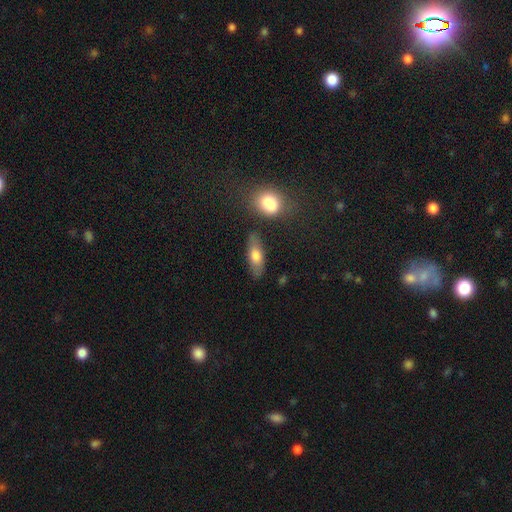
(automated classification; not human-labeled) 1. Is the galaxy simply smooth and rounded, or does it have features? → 67% smooth, 25% featured or disk, 7% star or artifact.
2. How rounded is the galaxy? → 69% in between, 27% cigar-shaped, 4% round.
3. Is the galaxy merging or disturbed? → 76% none, 14% minor disturbance, 6% merger, 4% major disturbance.